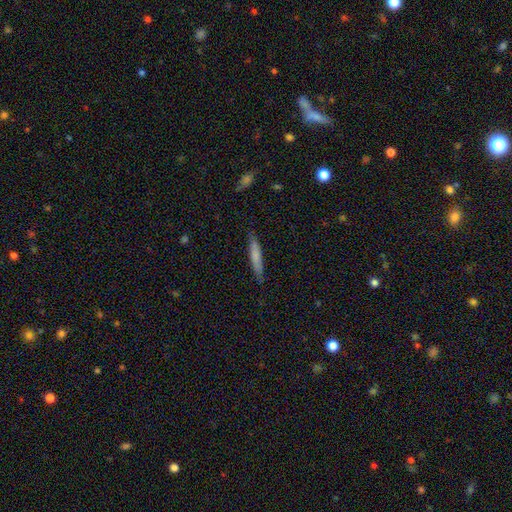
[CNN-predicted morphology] Overall: smooth (73%). How rounded: cigar-shaped (92%). Merging: none (84%).